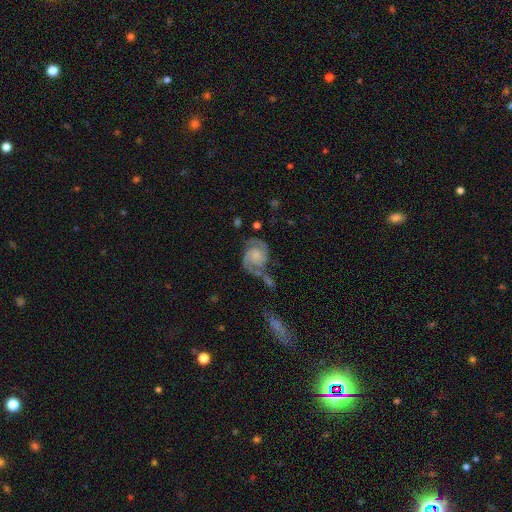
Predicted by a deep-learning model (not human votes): This is clearly a featured or disk galaxy (83%). It is clearly not viewed edge-on (98%). Bar: likely no (72%). Spiral arm pattern: clearly yes (96%). Spiral arm count: clearly 2 (88%). Spiral winding: possibly medium (48%). Central bulge: marginally small (38%). Merging: marginally none (40%).